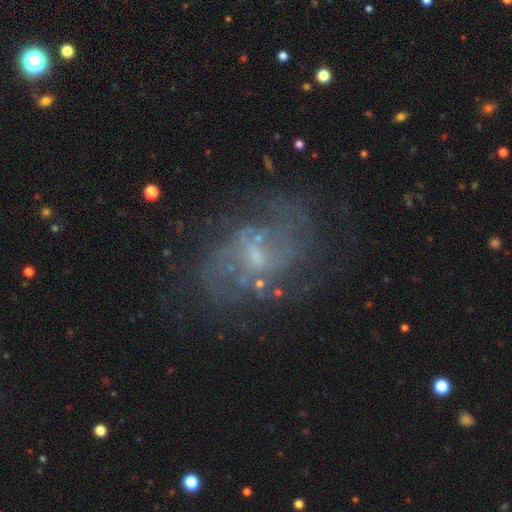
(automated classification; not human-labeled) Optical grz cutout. It shows a featured or disk galaxy (73%) with a weak bar (47%), spiral arms (64%) and a small central bulge (58%). Merging: none (53%).